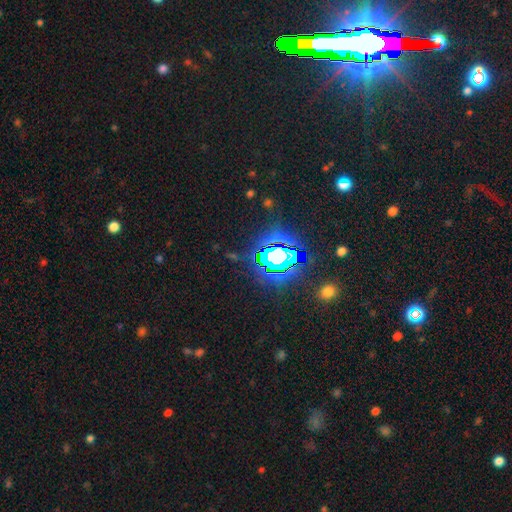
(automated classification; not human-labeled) Smooth or featured: star or artifact — 78% (smooth — 13%)